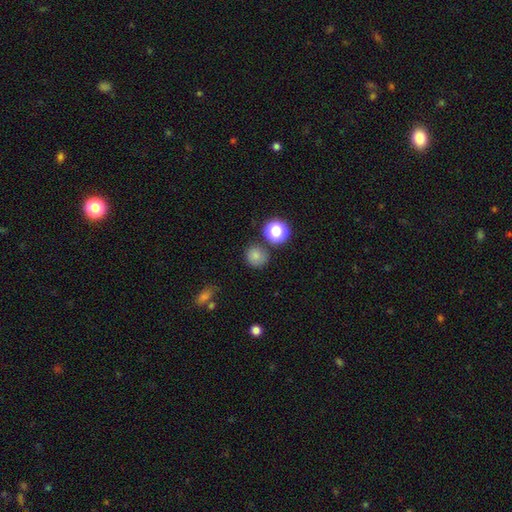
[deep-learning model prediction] This is likely a smooth galaxy (79%). How rounded: clearly round (88%). Merging: likely none (78%).